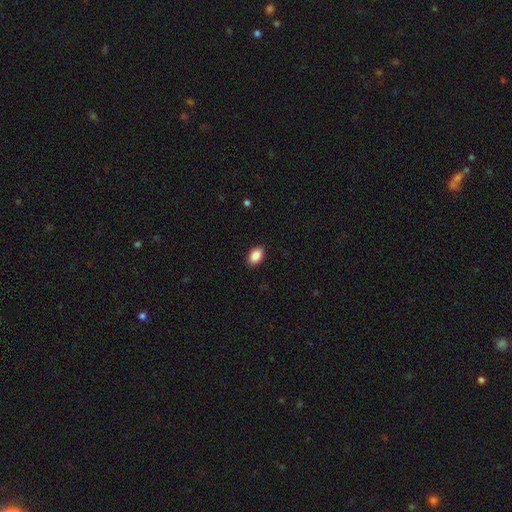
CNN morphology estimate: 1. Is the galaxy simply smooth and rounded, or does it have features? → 89% smooth, 7% star or artifact, 3% featured or disk.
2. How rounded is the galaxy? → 89% in between, 9% round, 1% cigar-shaped.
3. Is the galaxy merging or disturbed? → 89% none, 8% minor disturbance, 2% major disturbance, 1% merger.